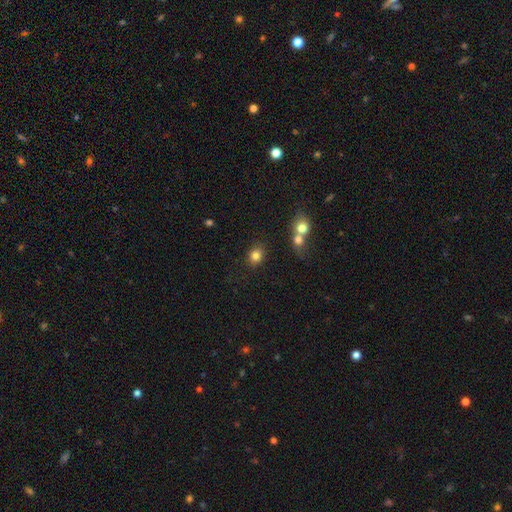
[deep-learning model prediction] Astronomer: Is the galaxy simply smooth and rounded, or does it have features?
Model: smooth — 81%.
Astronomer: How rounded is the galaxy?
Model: round — 62%.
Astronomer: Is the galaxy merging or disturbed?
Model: none — 75%.